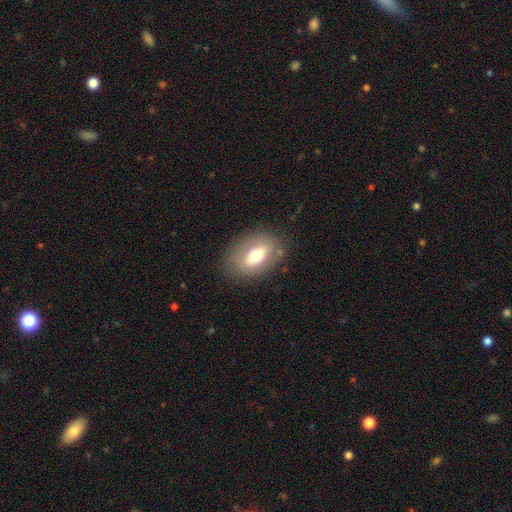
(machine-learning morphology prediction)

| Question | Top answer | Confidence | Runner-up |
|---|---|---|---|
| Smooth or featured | smooth | 63% | featured or disk (28%) |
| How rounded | in between | 85% | round (13%) |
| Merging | none | 79% | minor disturbance (14%) |